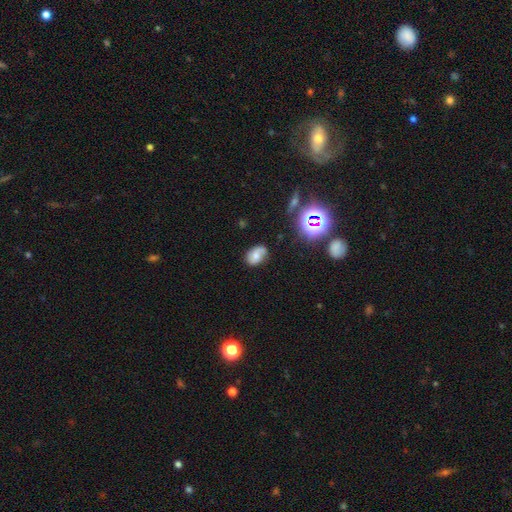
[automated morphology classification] The model was most divided on "smooth or featured": featured or disk: 47%, smooth: 40%, star or artifact: 14%. More confident: merging — none (69%).